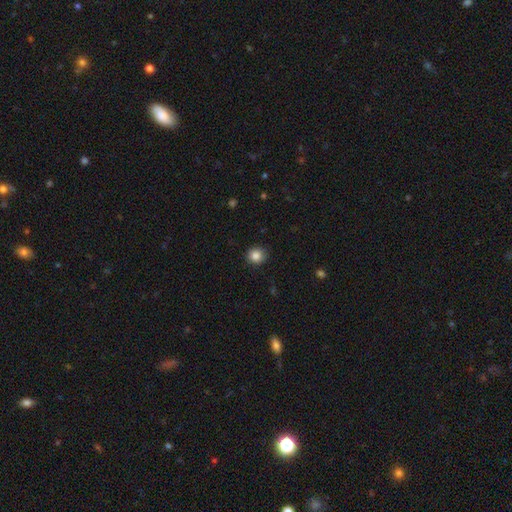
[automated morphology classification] This is clearly a smooth galaxy (85%). How rounded: clearly round (84%). Merging: clearly none (85%).